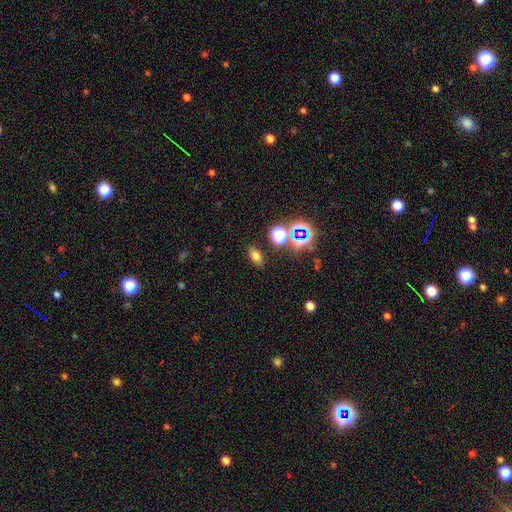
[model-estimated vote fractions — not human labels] Smooth or featured?
  - smooth: 66% *
  - star or artifact: 24%
  - featured or disk: 11%
How rounded?
  - in between: 79% *
  - round: 14%
  - cigar-shaped: 7%
Merging?
  - none: 85% *
  - minor disturbance: 9%
  - merger: 4%
  - major disturbance: 3%